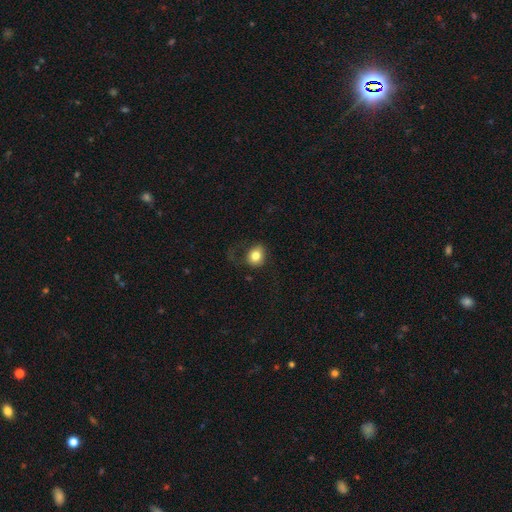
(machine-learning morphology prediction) Smooth or featured? Predicted: smooth (p=0.81). How rounded? Predicted: round (p=0.60). Merging? Predicted: none (p=0.59).